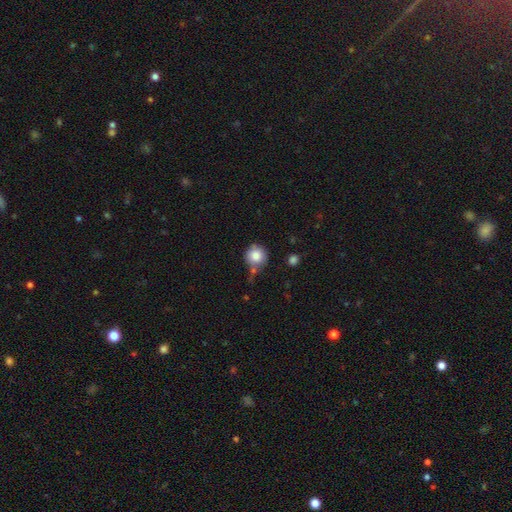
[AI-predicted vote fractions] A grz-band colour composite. It shows a smooth galaxy with no disk features (83%) that is round (94%). Merging: none (69%).